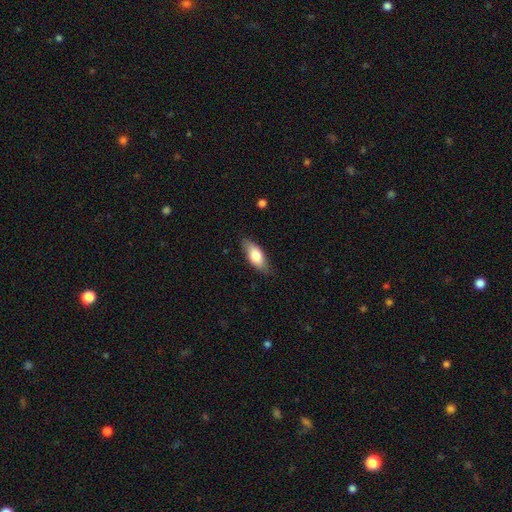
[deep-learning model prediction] A smooth galaxy with no disk features (75%) that is in between round and cigar-shaped (81%). Merging: none (79%).